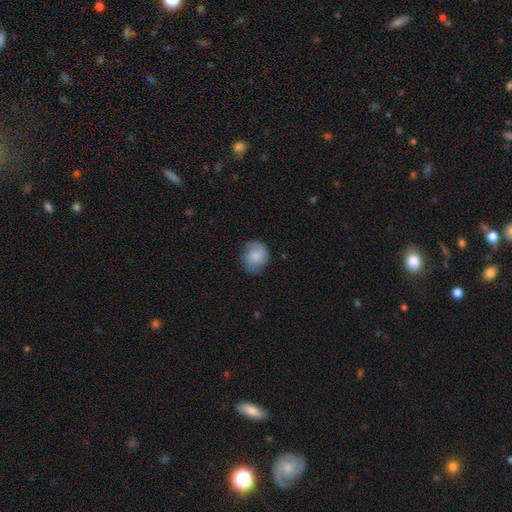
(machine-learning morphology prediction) This appears to be a smooth galaxy with no disk features (68%) that is round (66%). Merging: none (70%).